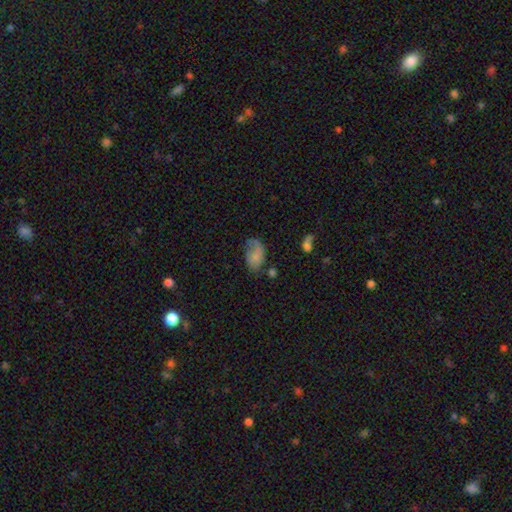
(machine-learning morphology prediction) A smooth galaxy with no disk features (65%) that is in between round and cigar-shaped (89%).

Vote fractions:
- Smooth or featured? smooth: 65% / featured or disk: 26% / star or artifact: 10%
- How rounded? in between: 89% / round: 10% / cigar-shaped: 2%
- Merging? none: 35% / minor disturbance: 30% / major disturbance: 29% / merger: 6%